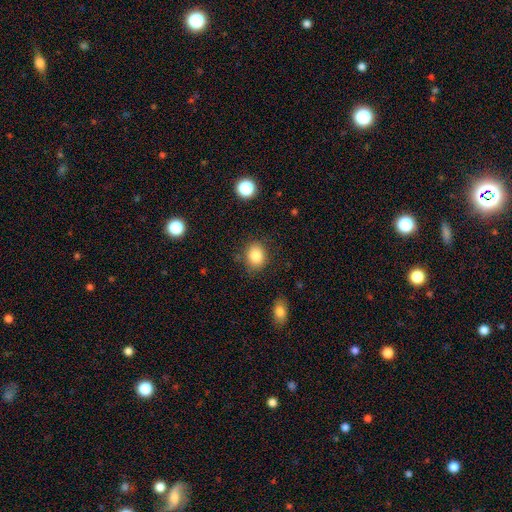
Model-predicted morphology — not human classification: Q: Smooth or featured?
A: smooth (85%); runner-up: star or artifact (10%)
Q: How rounded?
A: round (56%); runner-up: in between (43%)
Q: Merging?
A: none (81%); runner-up: minor disturbance (13%)